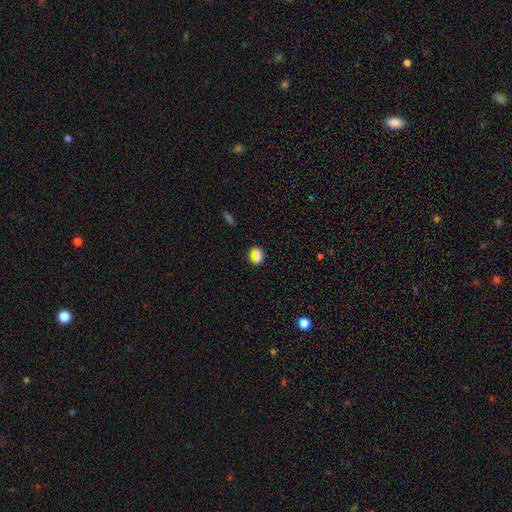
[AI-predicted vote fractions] Q: Smooth or featured?
A: smooth (65%); runner-up: star or artifact (23%)
Q: How rounded?
A: round (58%); runner-up: in between (35%)
Q: Merging?
A: none (84%); runner-up: minor disturbance (10%)